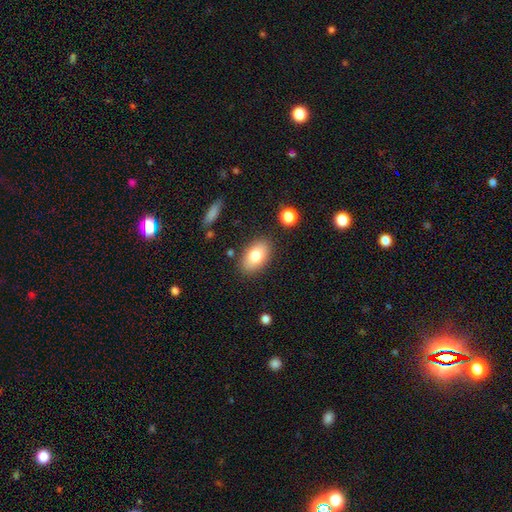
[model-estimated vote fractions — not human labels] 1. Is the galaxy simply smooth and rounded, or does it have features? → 79% smooth, 14% featured or disk, 7% star or artifact.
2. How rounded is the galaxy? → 91% in between, 7% round, 2% cigar-shaped.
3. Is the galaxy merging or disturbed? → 84% none, 11% minor disturbance, 3% major disturbance, 3% merger.